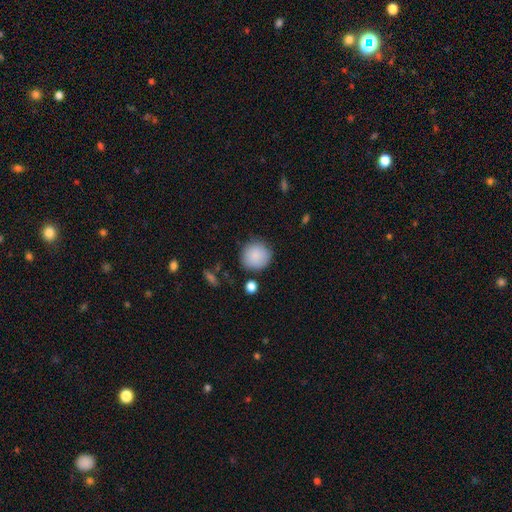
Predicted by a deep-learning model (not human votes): Smooth or featured? smooth (88%)
How rounded? round (91%)
Merging? none (82%)